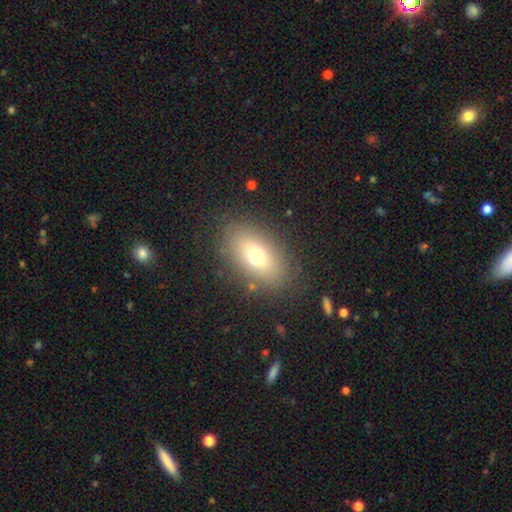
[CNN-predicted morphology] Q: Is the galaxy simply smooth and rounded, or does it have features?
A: smooth — 69%.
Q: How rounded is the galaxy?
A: in between — 84%.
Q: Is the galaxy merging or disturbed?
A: none — 84%.